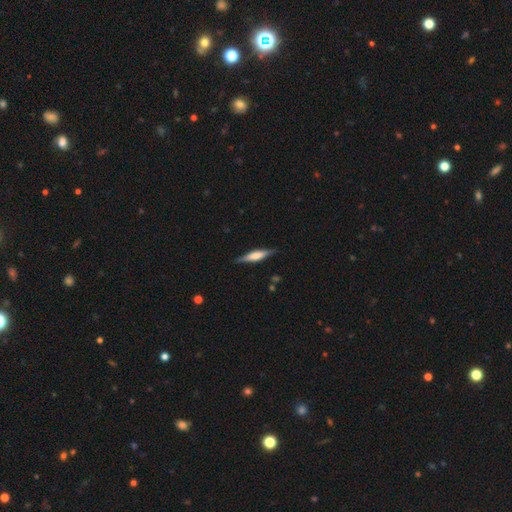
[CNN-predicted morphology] Smooth or featured: featured or disk — 52% (smooth — 42%)
Edge-on disk: yes — 95% (no — 5%)
Merging: none — 87% (minor disturbance — 10%)